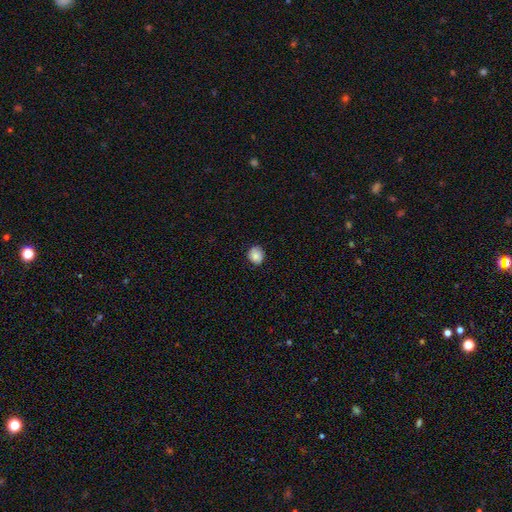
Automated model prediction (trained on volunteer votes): Smooth or featured? smooth (79%)
How rounded? round (80%)
Merging? none (80%)